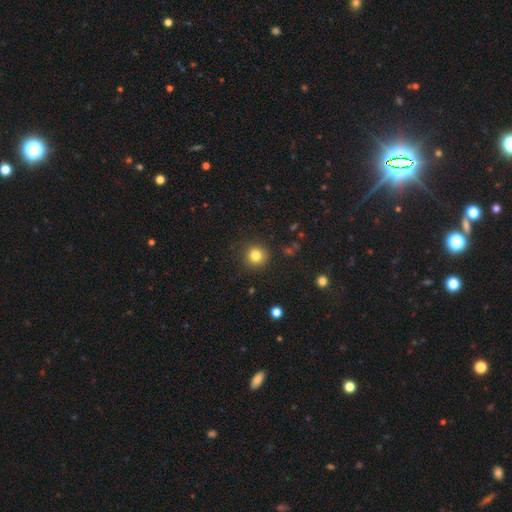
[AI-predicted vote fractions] Smooth or featured? smooth (82%)
How rounded? round (94%)
Merging? none (90%)